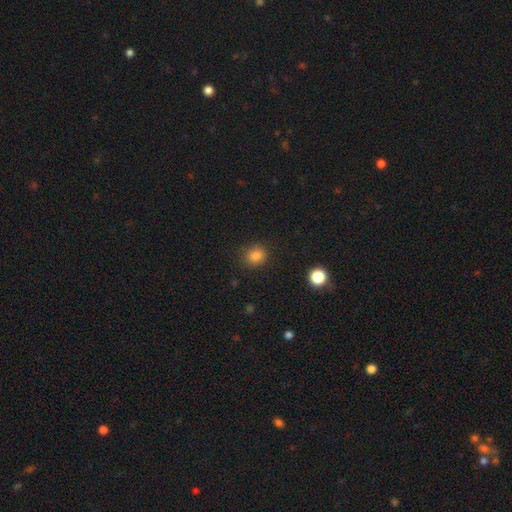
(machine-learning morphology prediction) smooth_or_featured: smooth (p=0.84) [alt: star or artifact p=0.12]
how_rounded: round (p=0.73) [alt: in between p=0.26]
merging: none (p=0.85) [alt: minor disturbance p=0.10]